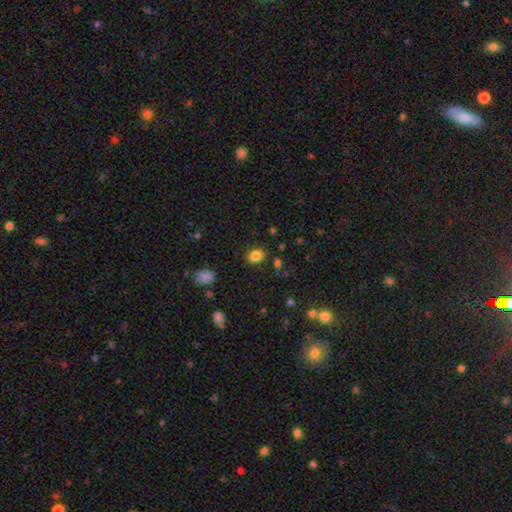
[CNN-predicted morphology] smooth_or_featured: smooth (p=0.84) [alt: star or artifact p=0.11]
how_rounded: round (p=0.56) [alt: in between p=0.43]
merging: none (p=0.83) [alt: minor disturbance p=0.11]